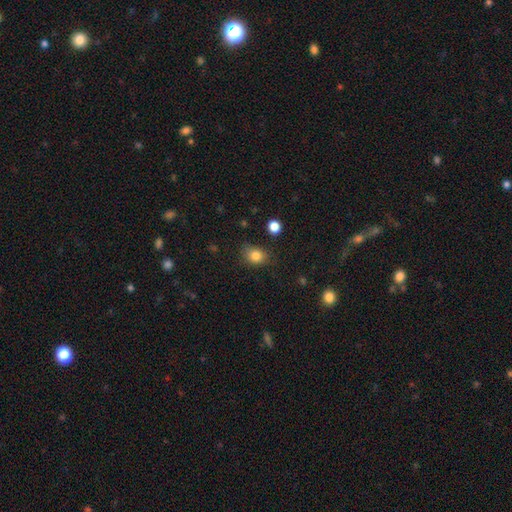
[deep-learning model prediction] A smooth galaxy with no disk features (82%) that is in between round and cigar-shaped (53%). Merging: none (75%).